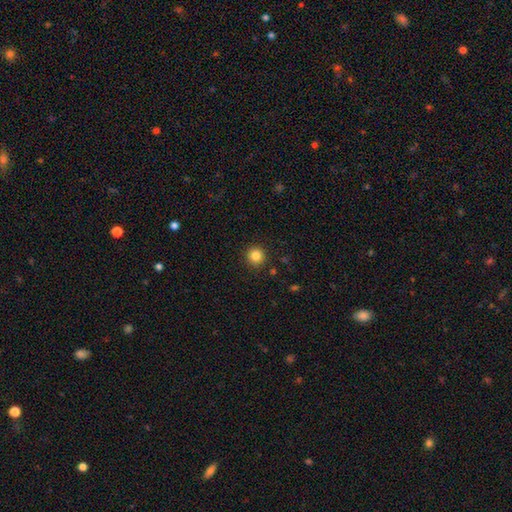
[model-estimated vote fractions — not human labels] This is clearly a smooth galaxy (84%). How rounded: clearly round (94%). Merging: clearly none (91%).